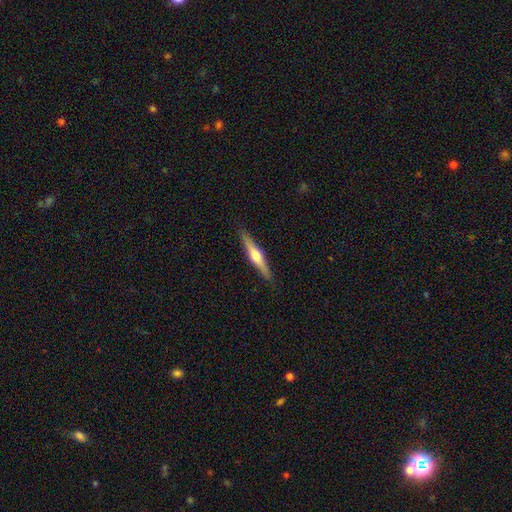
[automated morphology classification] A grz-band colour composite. It shows a featured or disk galaxy (59%) viewed edge-on (96%) with a rounded central bulge (89%). Merging: none (89%).